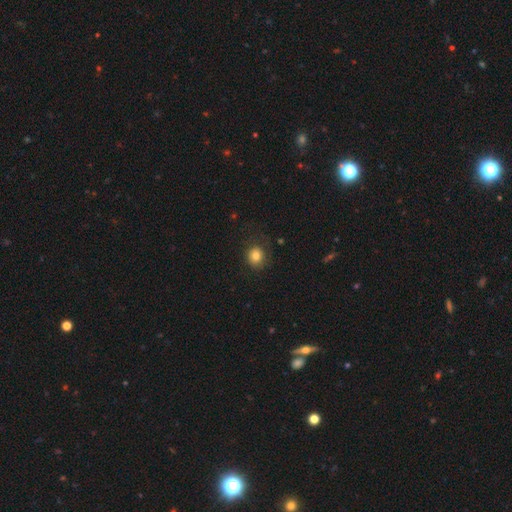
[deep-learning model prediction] Overall: smooth (81%). How rounded: round (85%). Merging: none (75%).